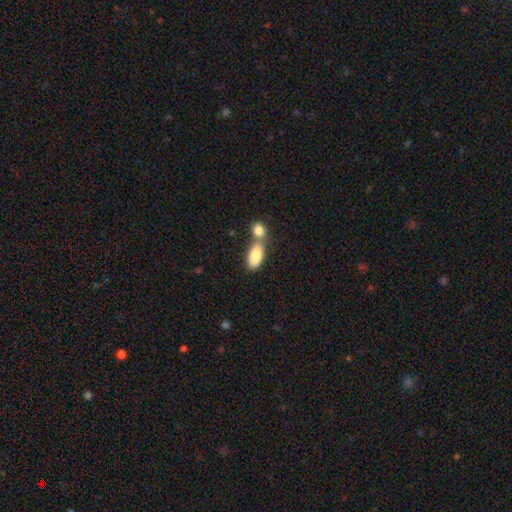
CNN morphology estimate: Smooth or featured?
  - smooth: 85% *
  - featured or disk: 9%
  - star or artifact: 6%
How rounded?
  - in between: 90% *
  - cigar-shaped: 5%
  - round: 4%
Merging?
  - merger: 50% *
  - none: 38%
  - minor disturbance: 9%
  - major disturbance: 4%